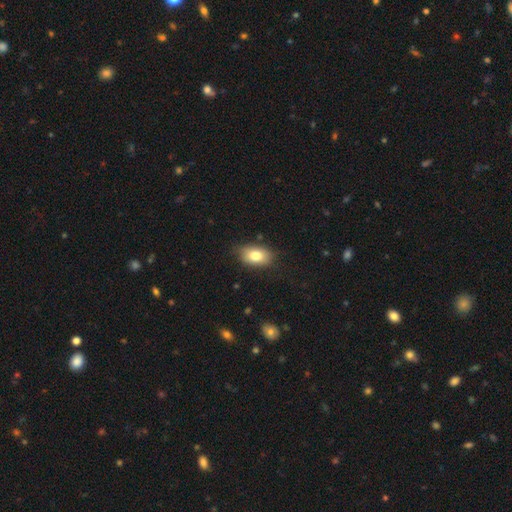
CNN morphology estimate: Q: Smooth or featured?
A: smooth (79%); runner-up: featured or disk (13%)
Q: How rounded?
A: in between (88%); runner-up: round (11%)
Q: Merging?
A: none (80%); runner-up: minor disturbance (16%)